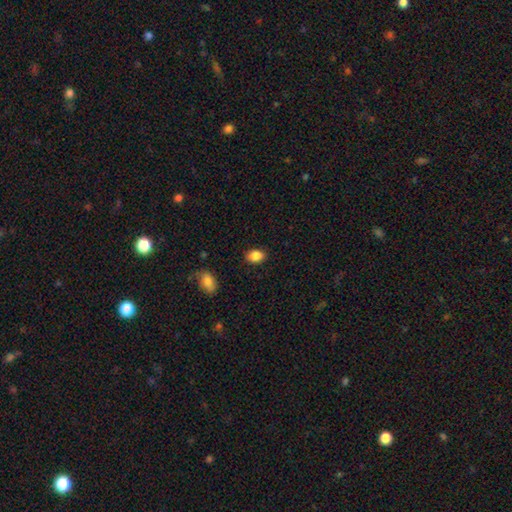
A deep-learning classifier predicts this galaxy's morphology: This appears to be a smooth galaxy with no disk features (87%) that is in between round and cigar-shaped (77%). Merging: none (88%).